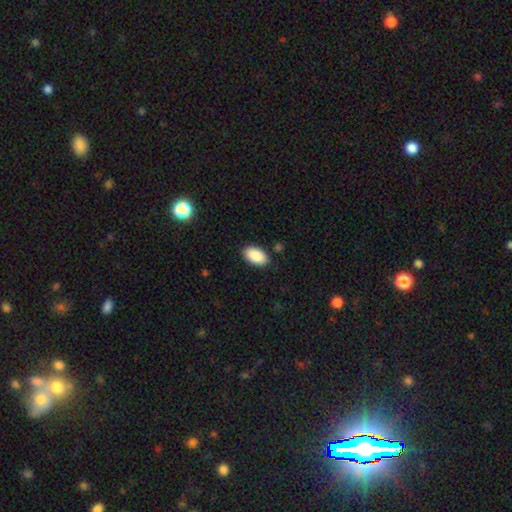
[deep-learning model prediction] smooth 90%, star or artifact 7%, featured or disk 4%. Down the decision tree: how rounded — in between (95%); merging — none (87%).